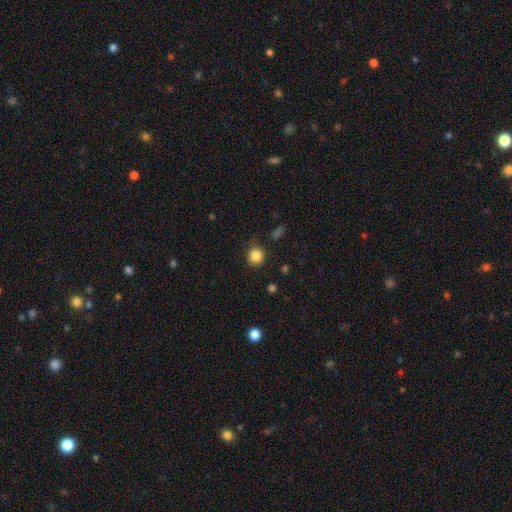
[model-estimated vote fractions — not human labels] Smooth or featured: smooth — 85% (star or artifact — 11%)
How rounded: round — 89% (in between — 10%)
Merging: none — 83% (minor disturbance — 12%)